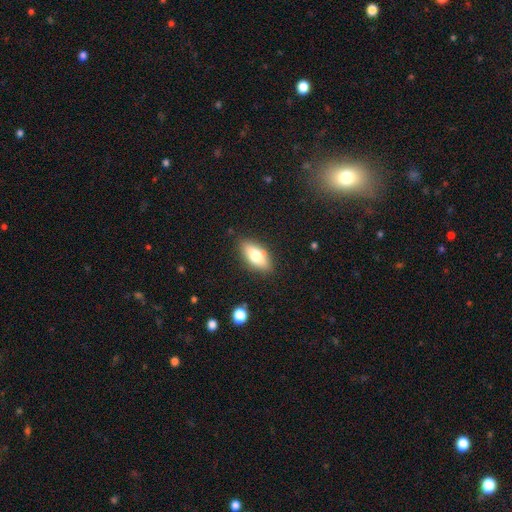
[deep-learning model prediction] A smooth galaxy with no disk features (71%) that is in between round and cigar-shaped (84%). Merging: none (83%).